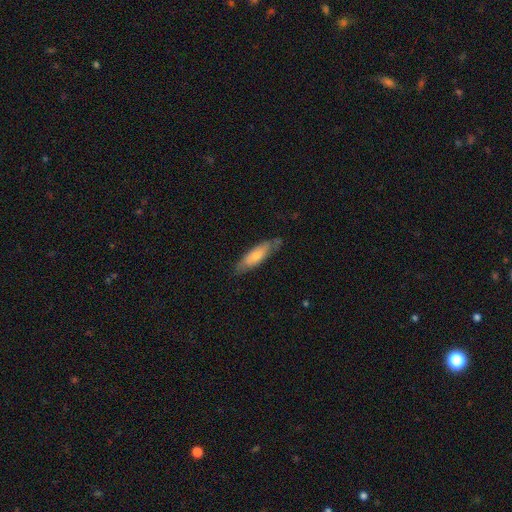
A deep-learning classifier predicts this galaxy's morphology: Smooth or featured?
  - smooth: 63% *
  - featured or disk: 31%
  - star or artifact: 6%
How rounded?
  - cigar-shaped: 59% *
  - in between: 39%
  - round: 2%
Merging?
  - none: 76% *
  - minor disturbance: 19%
  - major disturbance: 4%
  - merger: 2%